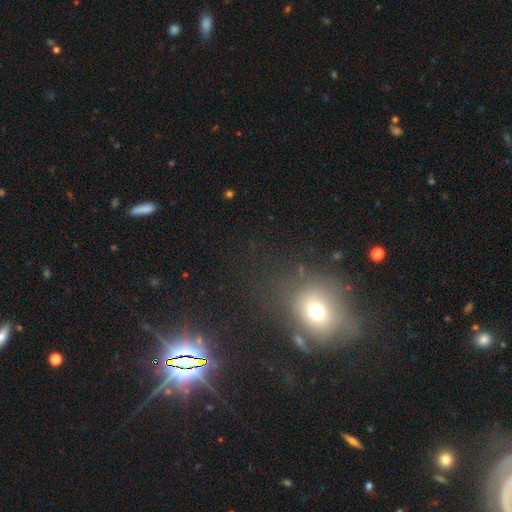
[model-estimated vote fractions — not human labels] Smooth or featured? star or artifact (47%)